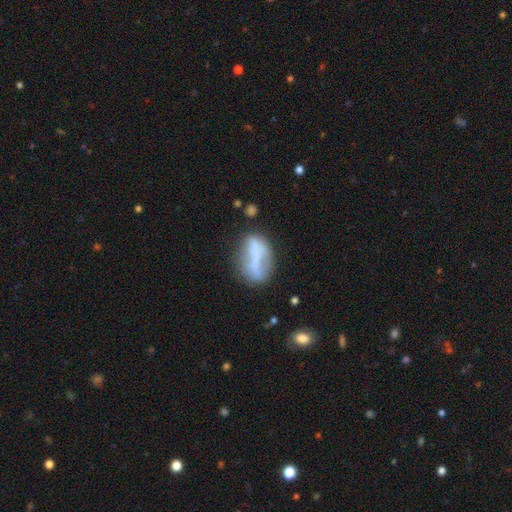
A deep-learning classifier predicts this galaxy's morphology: smooth-or-featured: smooth: 48% | featured or disk: 42% | star or artifact: 10%
  merging: none: 48% | minor disturbance: 25% | major disturbance: 16% | merger: 11%